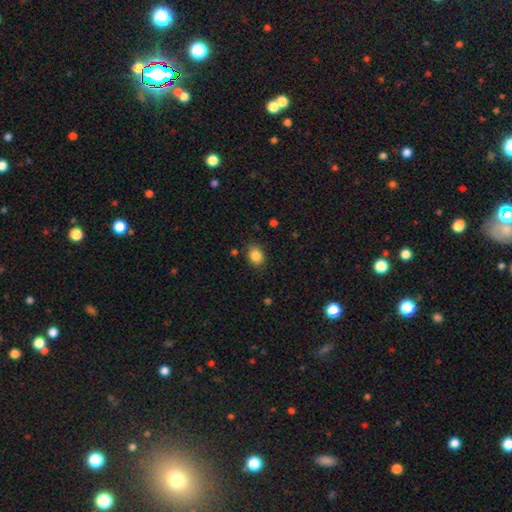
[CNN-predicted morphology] The model was most divided on "how rounded": in between: 58%, round: 41%, cigar-shaped: 1%. More confident: smooth or featured — smooth (86%); merging — none (83%).